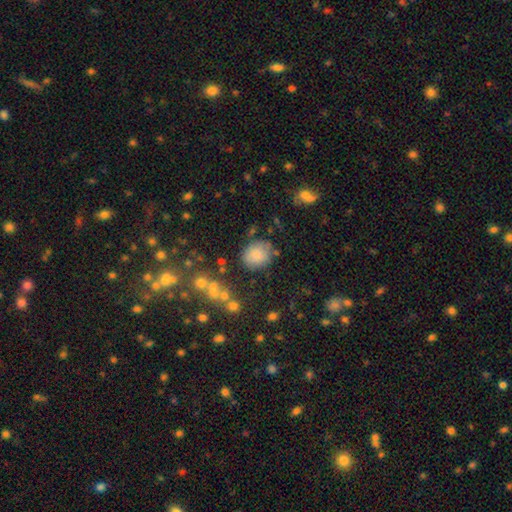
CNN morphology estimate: smooth-or-featured: smooth: 79% | featured or disk: 11% | star or artifact: 10%
  how-rounded: round: 69% | in between: 30% | cigar-shaped: 1%
  merging: none: 72% | minor disturbance: 17% | major disturbance: 6% | merger: 5%